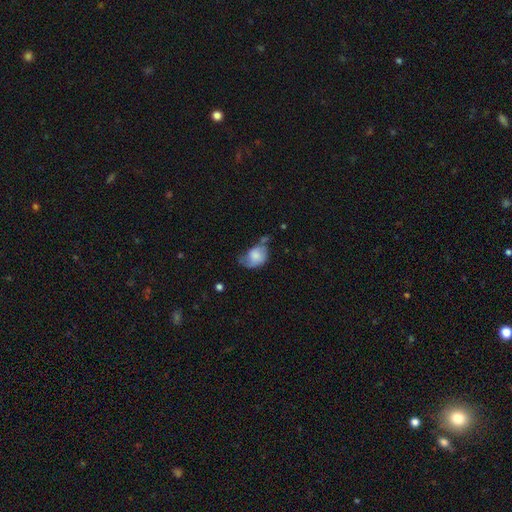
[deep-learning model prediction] Smooth or featured?
  - smooth: 64% *
  - featured or disk: 28%
  - star or artifact: 8%
How rounded?
  - in between: 72% *
  - round: 27%
  - cigar-shaped: 1%
Merging?
  - minor disturbance: 37% *
  - none: 28%
  - major disturbance: 25%
  - merger: 10%